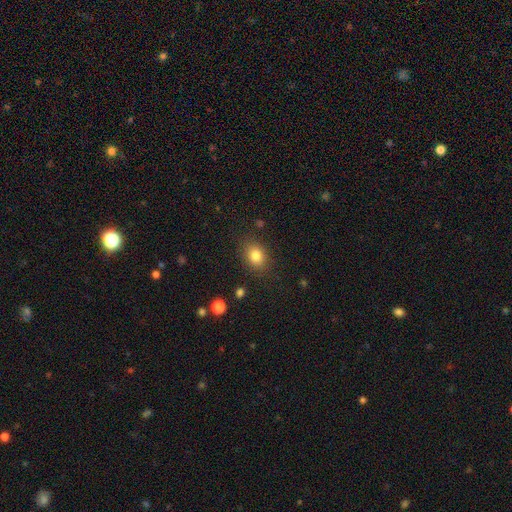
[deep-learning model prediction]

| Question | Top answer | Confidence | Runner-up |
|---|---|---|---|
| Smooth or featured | smooth | 82% | star or artifact (11%) |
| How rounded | in between | 55% | round (44%) |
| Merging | none | 84% | minor disturbance (11%) |